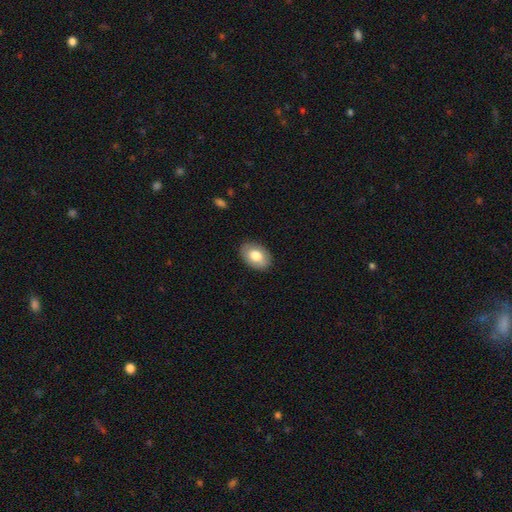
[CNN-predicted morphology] This is likely a smooth galaxy (76%). How rounded: clearly in between (86%). Merging: clearly none (87%).